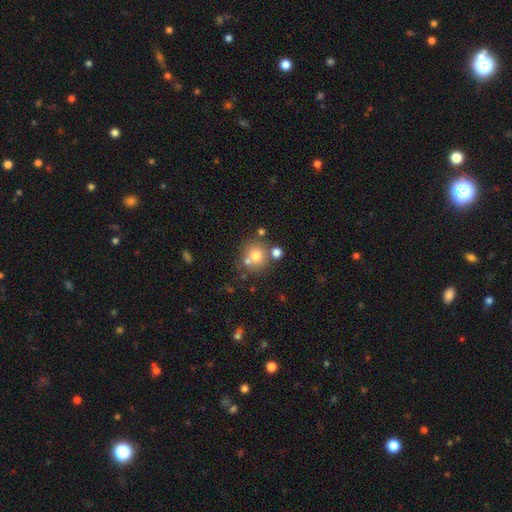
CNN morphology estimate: smooth-or-featured: smooth: 72% | featured or disk: 15% | star or artifact: 13%
  how-rounded: round: 87% | in between: 12% | cigar-shaped: 1%
  merging: none: 61% | merger: 24% | minor disturbance: 10% | major disturbance: 5%